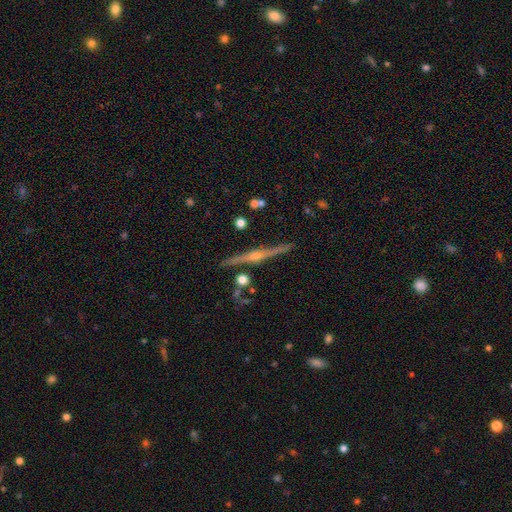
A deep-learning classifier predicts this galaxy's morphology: A featured or disk galaxy (81%) viewed edge-on (96%) with a rounded central bulge (90%).

Vote fractions:
- Smooth or featured? featured or disk: 81% / smooth: 11% / star or artifact: 8%
- Edge-on disk? yes: 96% / no: 4%
- Edge-on bulge? rounded: 90% / none: 6% / boxy: 4%
- Merging? none: 79% / minor disturbance: 11% / merger: 6% / major disturbance: 4%